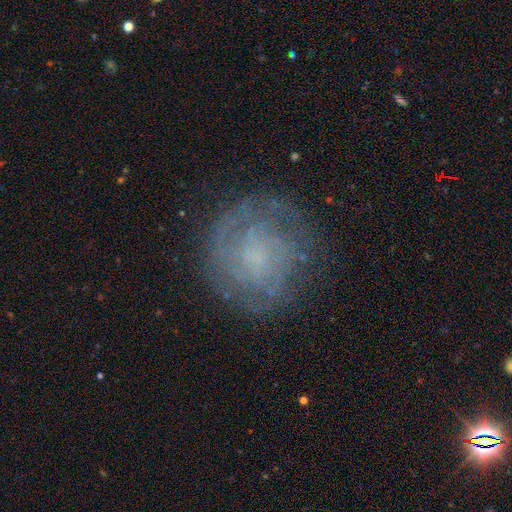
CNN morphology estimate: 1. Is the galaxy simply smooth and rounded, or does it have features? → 72% featured or disk, 19% smooth, 10% star or artifact.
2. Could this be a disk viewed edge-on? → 98% no, 2% yes.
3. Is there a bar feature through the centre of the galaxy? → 72% no, 24% weak, 4% strong.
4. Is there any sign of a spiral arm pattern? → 87% yes, 13% no.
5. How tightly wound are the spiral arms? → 67% tight, 25% medium, 7% loose.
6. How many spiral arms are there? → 44% can't tell, 22% 2, 16% 3, 7% 4, 6% 1, 5% more than 4.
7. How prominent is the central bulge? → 43% none, 38% small, 15% moderate, 3% large, 1% dominant.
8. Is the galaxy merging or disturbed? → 78% none, 14% minor disturbance, 7% major disturbance, 1% merger.